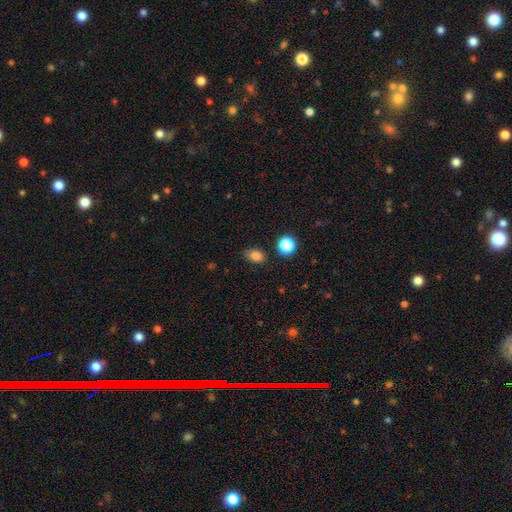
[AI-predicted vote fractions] A smooth galaxy with no disk features (82%) that is in between round and cigar-shaped (73%).

Vote fractions:
- Smooth or featured? smooth: 82% / star or artifact: 13% / featured or disk: 5%
- How rounded? in between: 73% / round: 25% / cigar-shaped: 1%
- Merging? none: 82% / minor disturbance: 12% / major disturbance: 3% / merger: 3%